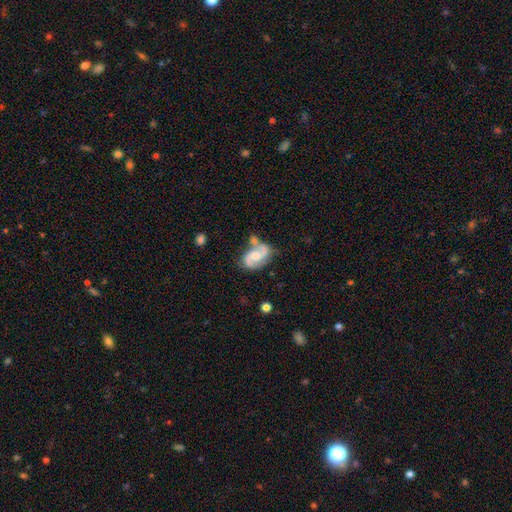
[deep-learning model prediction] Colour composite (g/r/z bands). It shows a featured or disk galaxy (84%) with no bar (50%), 2 (92%) medium (51%) spiral arms (96%) and a moderate central bulge (54%). Merging: none (53%).